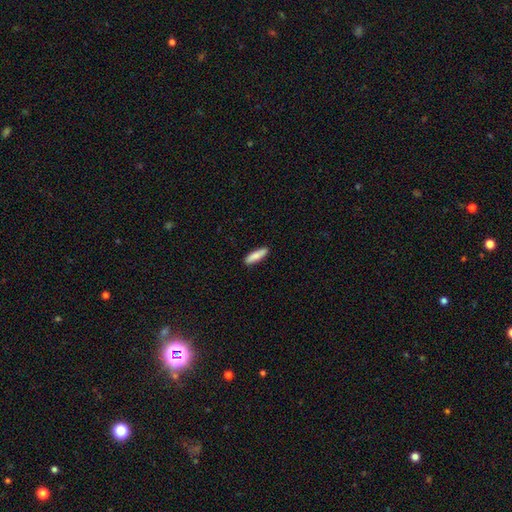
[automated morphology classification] The model was most divided on "how rounded": cigar-shaped: 67%, in between: 31%, round: 2%. More confident: merging — none (89%); smooth or featured — smooth (83%).